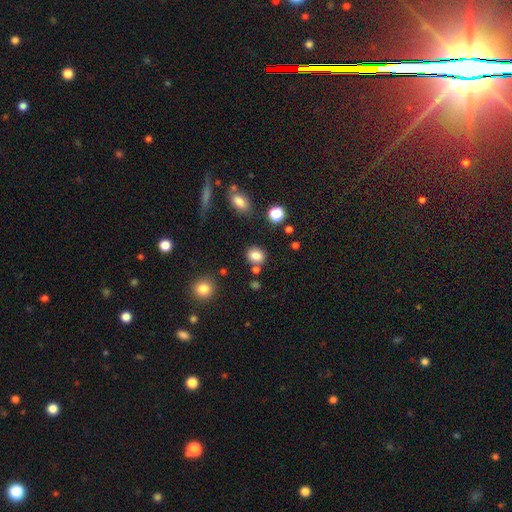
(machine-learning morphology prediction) Smooth or featured? Predicted: smooth (p=0.83). How rounded? Predicted: round (p=0.60). Merging? Predicted: none (p=0.74).